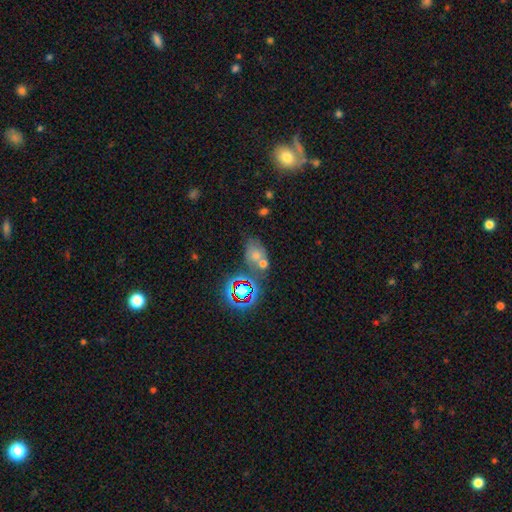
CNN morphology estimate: The model was most divided on "smooth or featured": star or artifact: 42%, smooth: 38%, featured or disk: 20%.